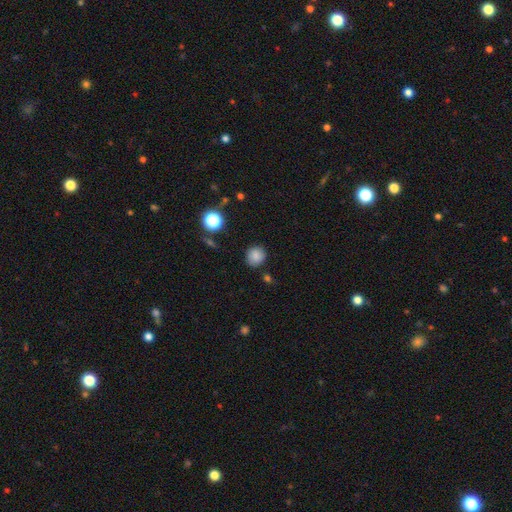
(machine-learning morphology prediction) Smooth or featured: smooth — 82% (star or artifact — 11%)
How rounded: round — 83% (in between — 16%)
Merging: none — 83% (minor disturbance — 11%)